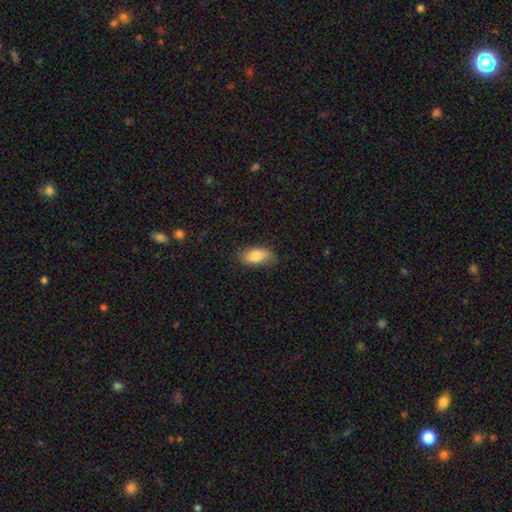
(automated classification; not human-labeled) Smooth or featured? Predicted: smooth (p=0.86). How rounded? Predicted: in between (p=0.89). Merging? Predicted: none (p=0.79).